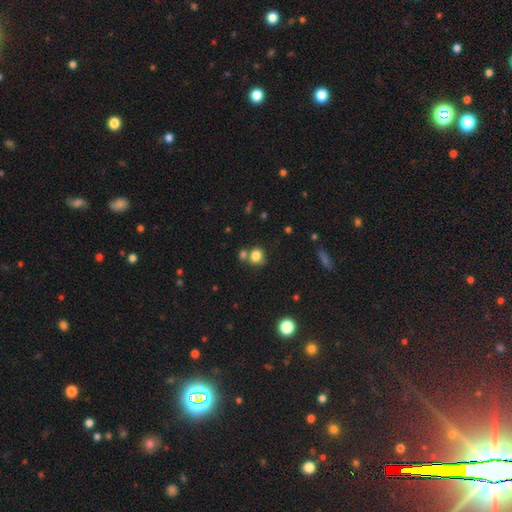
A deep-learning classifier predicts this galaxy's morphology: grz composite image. It shows a smooth galaxy with no disk features (82%) that is round (75%). Merging: none (57%).